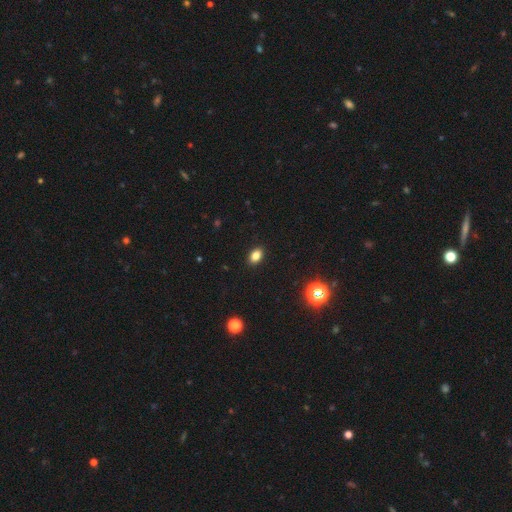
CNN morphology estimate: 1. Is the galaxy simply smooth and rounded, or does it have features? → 82% smooth, 12% star or artifact, 6% featured or disk.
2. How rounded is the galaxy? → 82% in between, 17% round, 2% cigar-shaped.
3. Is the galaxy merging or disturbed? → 90% none, 7% minor disturbance, 2% major disturbance, 1% merger.